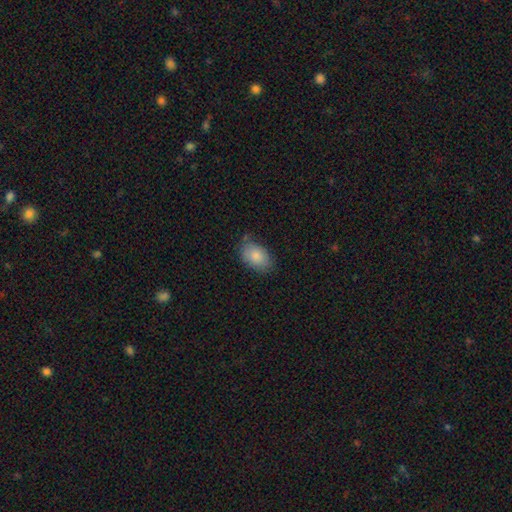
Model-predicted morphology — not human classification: smooth_or_featured: smooth (p=0.85) [alt: featured or disk p=0.08]
how_rounded: in between (p=0.90) [alt: round p=0.09]
merging: none (p=0.72) [alt: minor disturbance p=0.22]